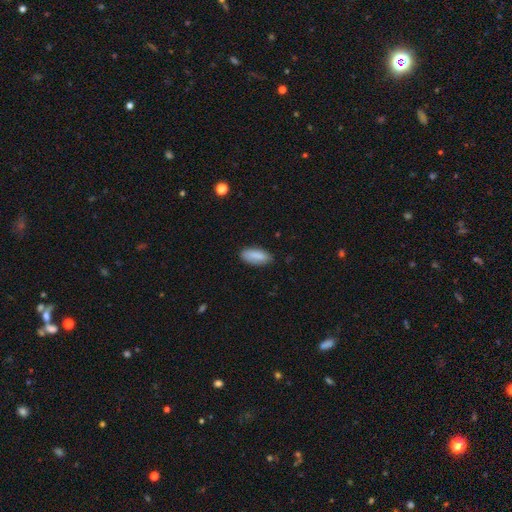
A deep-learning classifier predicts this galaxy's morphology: Smooth or featured? smooth (87%)
How rounded? in between (80%)
Merging? none (82%)